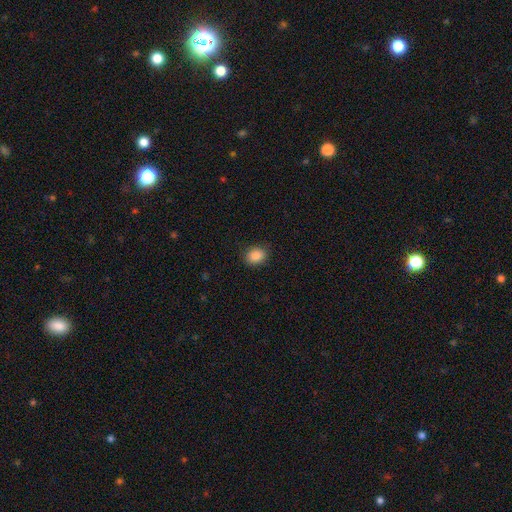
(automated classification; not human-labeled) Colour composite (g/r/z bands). It shows a smooth galaxy with no disk features (87%) that is in between round and cigar-shaped (54%). Merging: none (87%).